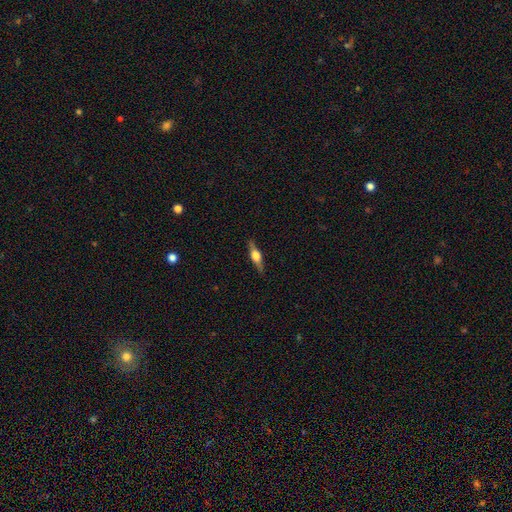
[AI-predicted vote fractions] Smooth or featured?
  - featured or disk: 67% *
  - smooth: 26%
  - star or artifact: 6%
Edge-on disk?
  - yes: 96% *
  - no: 4%
Edge-on bulge?
  - rounded: 91% *
  - boxy: 7%
  - none: 2%
Merging?
  - none: 87% *
  - minor disturbance: 9%
  - major disturbance: 2%
  - merger: 1%